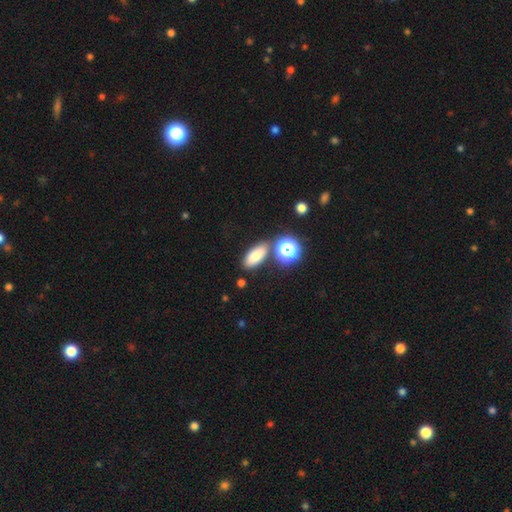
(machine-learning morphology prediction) Smooth or featured? smooth (76%)
How rounded? in between (72%)
Merging? none (78%)